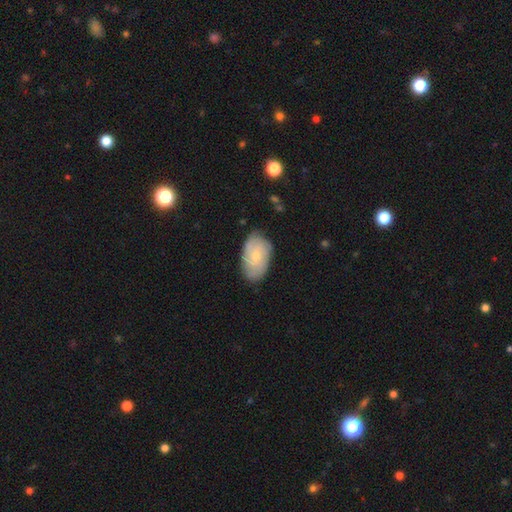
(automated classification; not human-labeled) Smooth or featured?
  - featured or disk: 51% *
  - smooth: 42%
  - star or artifact: 6%
Edge-on disk?
  - no: 95% *
  - yes: 5%
Merging?
  - none: 74% *
  - minor disturbance: 20%
  - major disturbance: 4%
  - merger: 1%